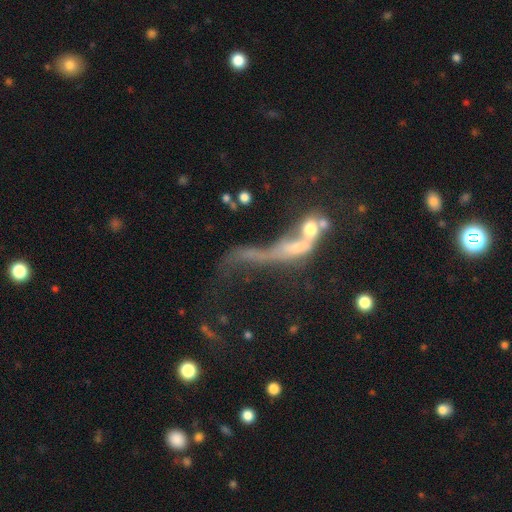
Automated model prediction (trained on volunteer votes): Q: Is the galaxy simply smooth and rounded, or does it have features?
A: featured or disk — 54%.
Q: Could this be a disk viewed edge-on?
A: no — 76%.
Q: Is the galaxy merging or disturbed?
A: merger — 50%.